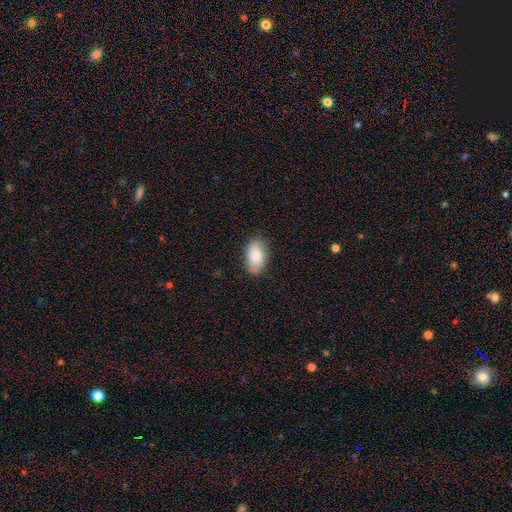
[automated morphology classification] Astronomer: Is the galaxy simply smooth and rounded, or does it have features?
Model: smooth — 78%.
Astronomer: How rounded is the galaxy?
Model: in between — 93%.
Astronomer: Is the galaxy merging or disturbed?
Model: none — 82%.